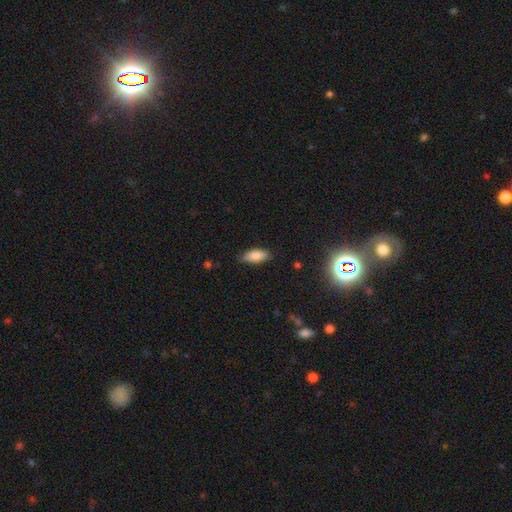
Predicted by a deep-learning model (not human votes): Smooth or featured: smooth — 83% (featured or disk — 10%)
How rounded: in between — 82% (cigar-shaped — 16%)
Merging: none — 80% (minor disturbance — 16%)